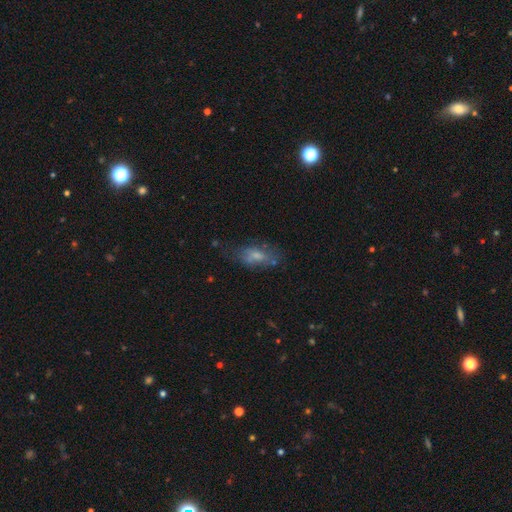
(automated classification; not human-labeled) Smooth or featured? smooth (61%)
How rounded? in between (83%)
Merging? none (48%)